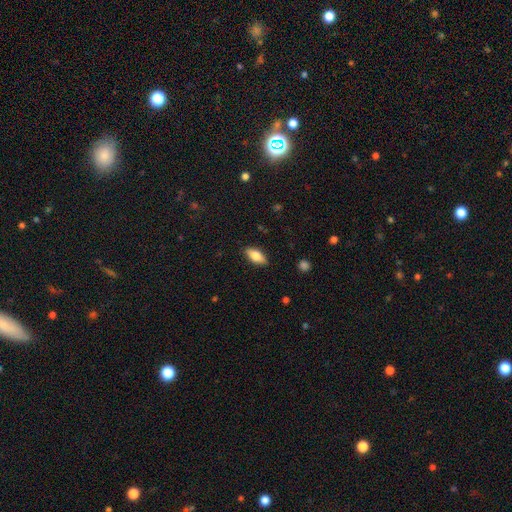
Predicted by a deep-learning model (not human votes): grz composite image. It shows a smooth galaxy with no disk features (77%) that is in between round and cigar-shaped (87%). Merging: none (87%).